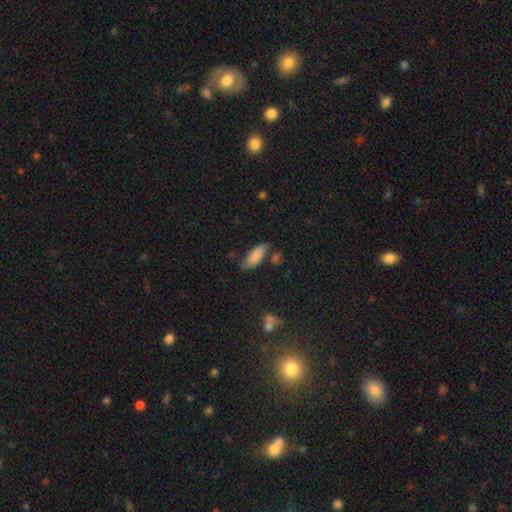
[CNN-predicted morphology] smooth-or-featured: smooth: 80% | featured or disk: 13% | star or artifact: 8%
  how-rounded: in between: 80% | cigar-shaped: 18% | round: 2%
  merging: none: 61% | minor disturbance: 25% | merger: 7% | major disturbance: 7%